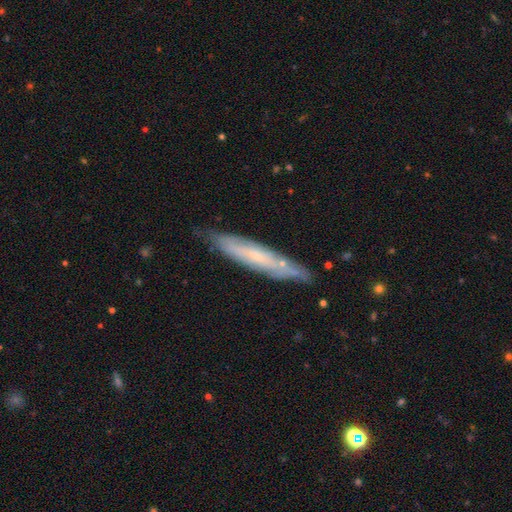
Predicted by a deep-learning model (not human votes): Q: Smooth or featured?
A: featured or disk (56%); runner-up: smooth (37%)
Q: Edge-on disk?
A: yes (63%); runner-up: no (37%)
Q: Merging?
A: none (76%); runner-up: minor disturbance (19%)